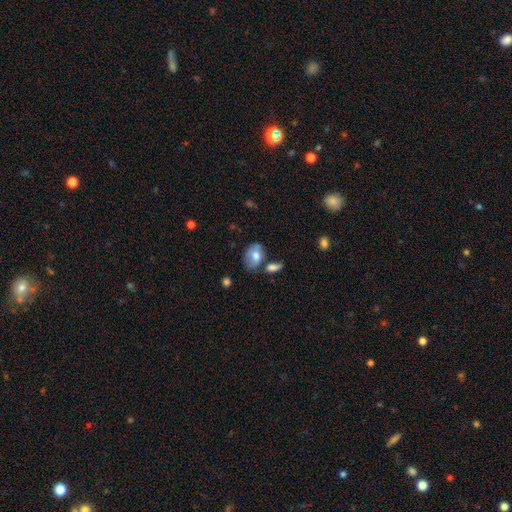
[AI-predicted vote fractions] The model was most divided on "merging": none: 50%, minor disturbance: 24%, merger: 18%, major disturbance: 9%. More confident: how rounded — in between (80%); smooth or featured — smooth (68%).